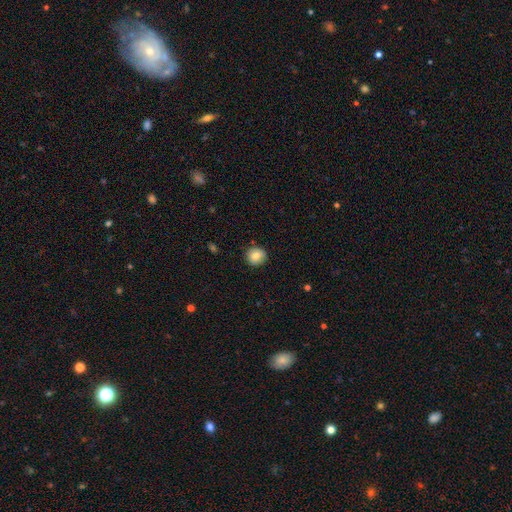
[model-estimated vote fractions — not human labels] Morphology: type=smooth (81%); roundness=round (91%); merging=none (89%).